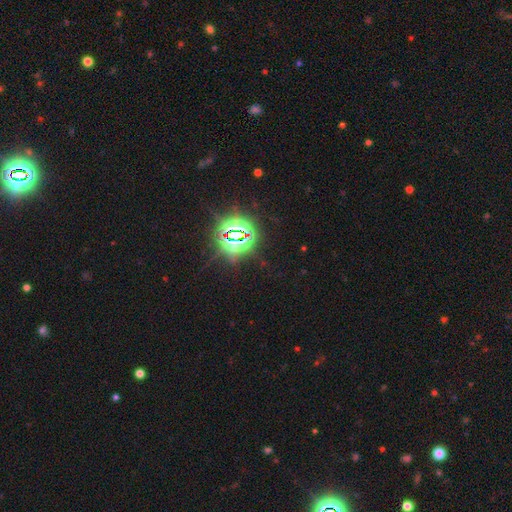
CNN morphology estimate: A star or artifact, not a galaxy (84%).

Vote fractions:
- Smooth or featured? star or artifact: 84% / smooth: 9% / featured or disk: 7%